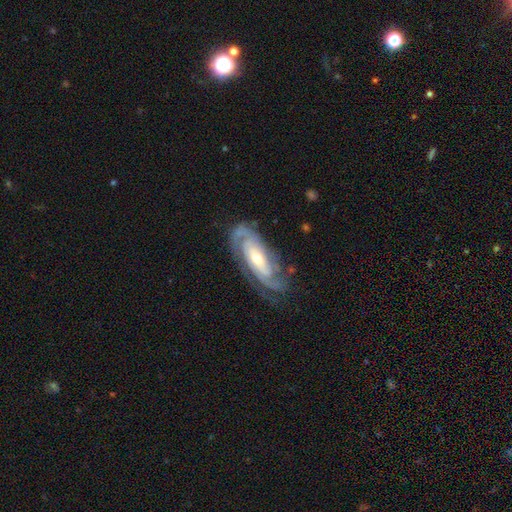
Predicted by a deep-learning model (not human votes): smooth-or-featured: featured or disk: 87% | smooth: 8% | star or artifact: 5%
  disk-edge-on: no: 91% | yes: 9%
    bar: no: 49% | weak: 31% | strong: 20%
    has-spiral-arms: yes: 96% | no: 4%
      spiral-winding: tight: 64% | medium: 30% | loose: 7%
      spiral-arm-count: 2: 42% | can't tell: 22% | 3: 21% | 4: 7% | 1: 4% | more than 4: 4%
    bulge-size: moderate: 50% | small: 45% | large: 3% | none: 1% | dominant: 1%
  merging: none: 76% | minor disturbance: 16% | major disturbance: 6% | merger: 1%